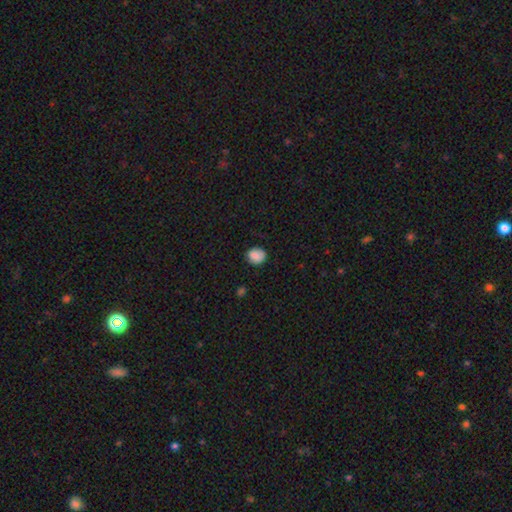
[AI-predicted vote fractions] Smooth or featured? Predicted: smooth (p=0.83). How rounded? Predicted: round (p=0.67). Merging? Predicted: none (p=0.79).